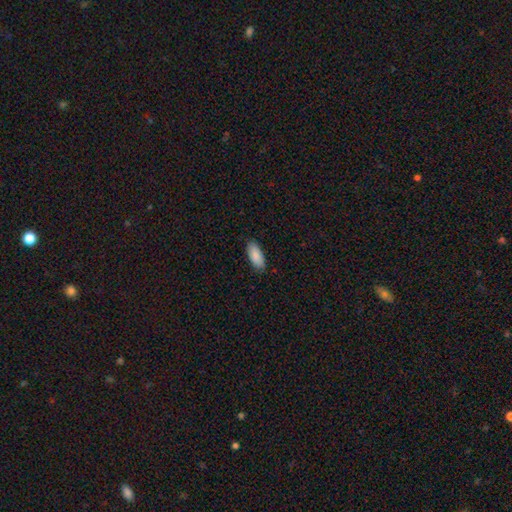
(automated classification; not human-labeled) This is clearly a smooth galaxy (89%). How rounded: clearly in between (85%). Merging: clearly none (87%).